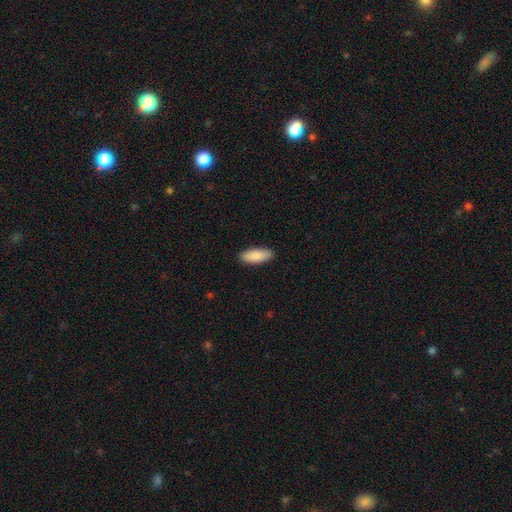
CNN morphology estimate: smooth 89%, featured or disk 6%, star or artifact 5%. Down the decision tree: how rounded — in between (72%); merging — none (90%).